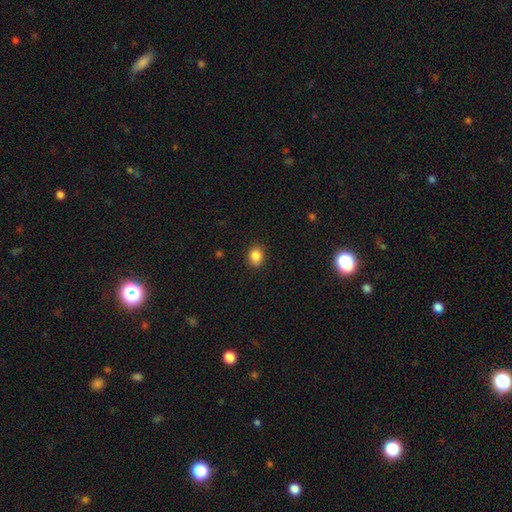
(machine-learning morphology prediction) type=smooth (85%); roundness=round (56%); merging=none (87%).